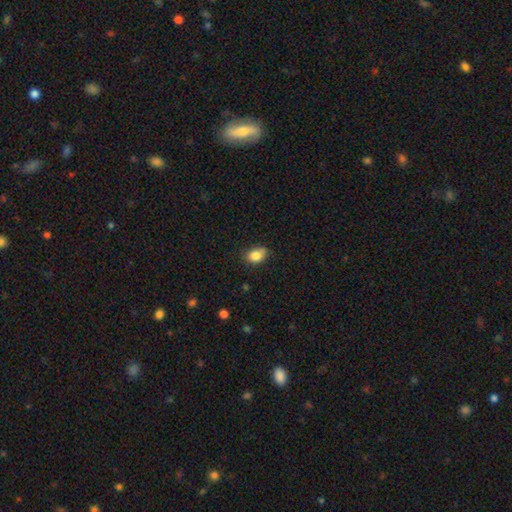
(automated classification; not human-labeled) This appears to be a smooth galaxy with no disk features (84%) that is in between round and cigar-shaped (76%). Merging: none (70%).